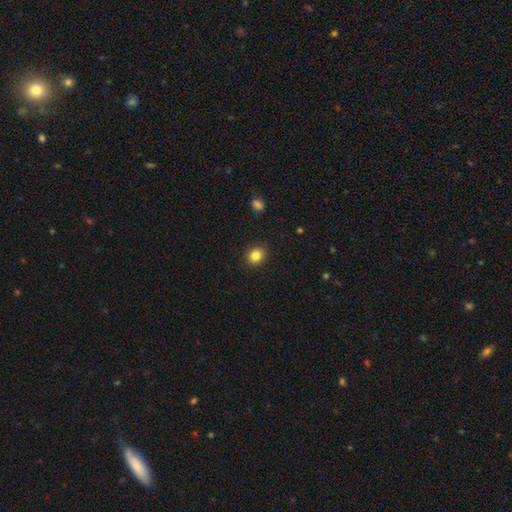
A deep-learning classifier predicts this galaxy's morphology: The model was most divided on "how rounded": round: 71%, in between: 28%, cigar-shaped: 1%. More confident: merging — none (90%); smooth or featured — smooth (83%).